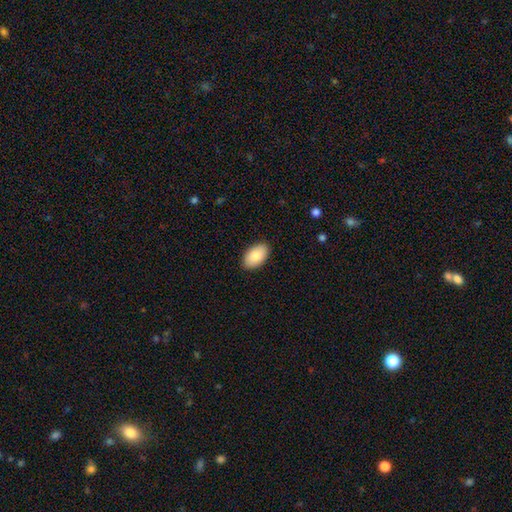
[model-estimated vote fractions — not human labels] Smooth or featured?
  - smooth: 88% *
  - featured or disk: 6%
  - star or artifact: 6%
How rounded?
  - in between: 95% *
  - round: 4%
  - cigar-shaped: 1%
Merging?
  - none: 89% *
  - minor disturbance: 8%
  - major disturbance: 2%
  - merger: 1%